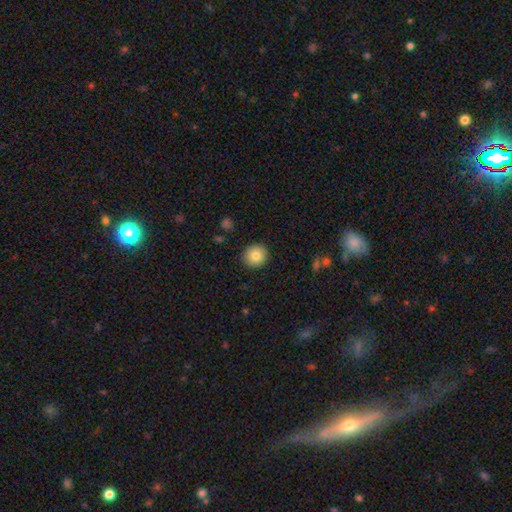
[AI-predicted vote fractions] Q: Smooth or featured?
A: smooth (83%); runner-up: star or artifact (9%)
Q: How rounded?
A: round (92%); runner-up: in between (7%)
Q: Merging?
A: none (91%); runner-up: minor disturbance (6%)